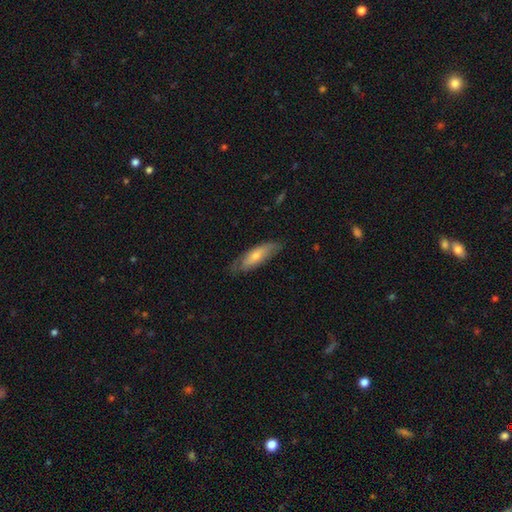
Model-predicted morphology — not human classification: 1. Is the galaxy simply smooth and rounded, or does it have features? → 53% smooth, 41% featured or disk, 6% star or artifact.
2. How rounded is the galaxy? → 52% cigar-shaped, 46% in between, 2% round.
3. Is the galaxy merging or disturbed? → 73% none, 21% minor disturbance, 5% major disturbance, 1% merger.